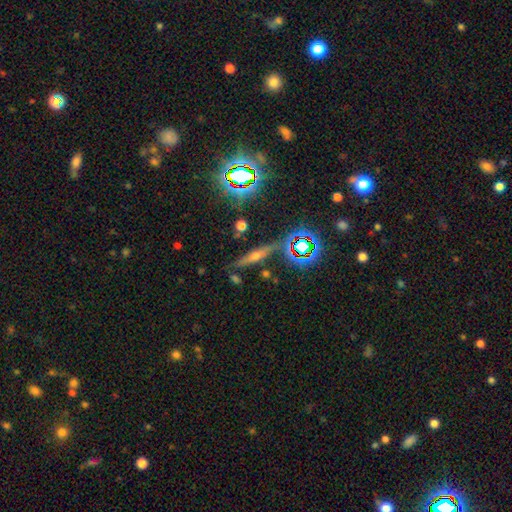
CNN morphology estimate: A featured or disk galaxy (50%).

Vote fractions:
- Smooth or featured? featured or disk: 50% / smooth: 26% / star or artifact: 24%
- Merging? none: 78% / minor disturbance: 12% / merger: 6% / major disturbance: 4%